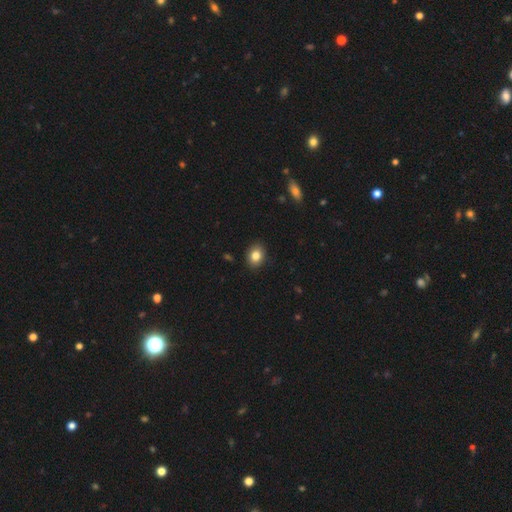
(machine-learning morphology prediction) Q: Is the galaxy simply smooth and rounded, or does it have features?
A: smooth — 83%.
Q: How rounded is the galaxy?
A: in between — 58%.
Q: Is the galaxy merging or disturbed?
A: none — 90%.